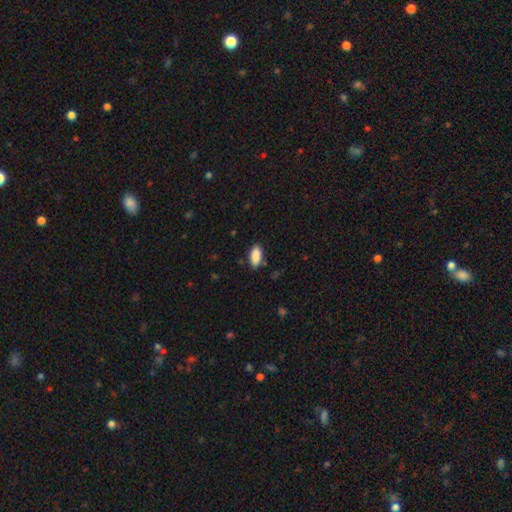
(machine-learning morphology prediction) Smooth or featured? Predicted: smooth (p=0.89). How rounded? Predicted: in between (p=0.90). Merging? Predicted: none (p=0.85).